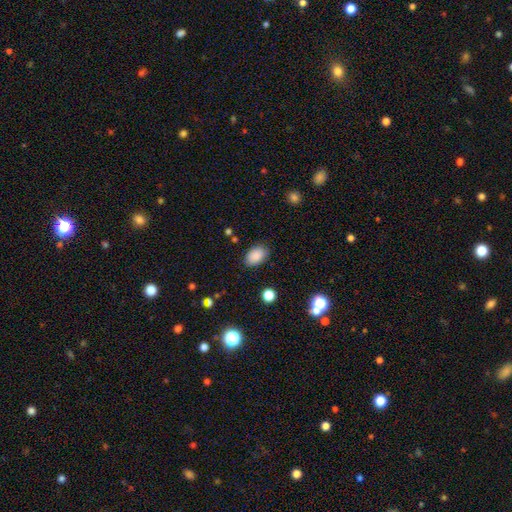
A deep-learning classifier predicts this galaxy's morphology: type=smooth (86%); roundness=in between (88%); merging=none (84%).